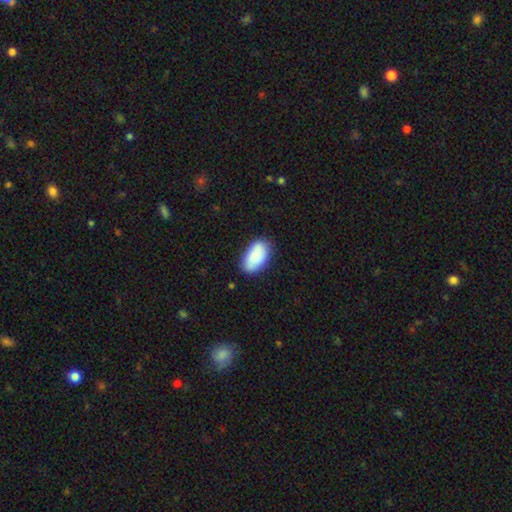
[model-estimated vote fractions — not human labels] smooth_or_featured: smooth (p=0.88) [alt: featured or disk p=0.07]
how_rounded: in between (p=0.95) [alt: round p=0.03]
merging: none (p=0.81) [alt: minor disturbance p=0.15]